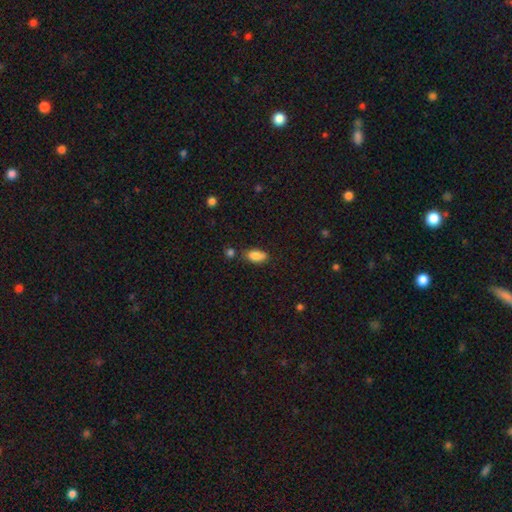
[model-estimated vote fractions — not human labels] Smooth or featured?
  - smooth: 85% *
  - star or artifact: 8%
  - featured or disk: 7%
How rounded?
  - in between: 91% *
  - cigar-shaped: 5%
  - round: 5%
Merging?
  - none: 69% *
  - minor disturbance: 19%
  - merger: 8%
  - major disturbance: 4%